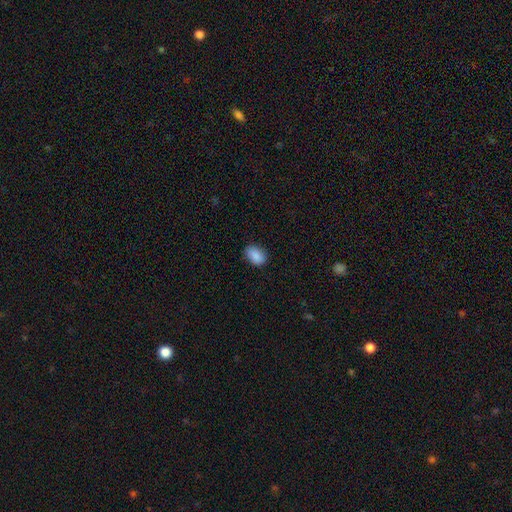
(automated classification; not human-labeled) Smooth or featured?
  - smooth: 88% *
  - star or artifact: 8%
  - featured or disk: 5%
How rounded?
  - in between: 83% *
  - round: 16%
  - cigar-shaped: 1%
Merging?
  - none: 80% *
  - minor disturbance: 16%
  - major disturbance: 3%
  - merger: 1%